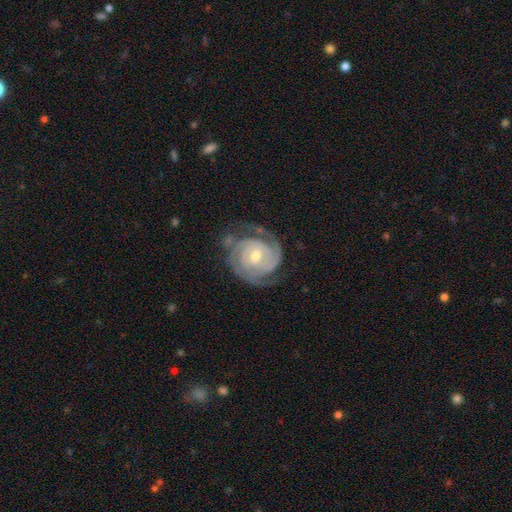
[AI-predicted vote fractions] The model was most divided on "bar": no: 46%, weak: 41%, strong: 12%. More confident: spiral arms — yes (98%); edge-on disk — no (98%); smooth or featured — featured or disk (90%); spiral winding — tight (77%); merging — none (73%); bulge size — moderate (57%); spiral arm count — 2 (53%).